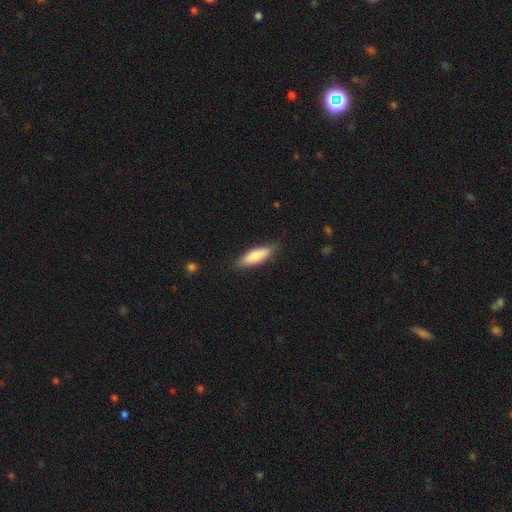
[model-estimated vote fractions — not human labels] A smooth galaxy with no disk features (78%) that is in between round and cigar-shaped (55%). Merging: none (82%).